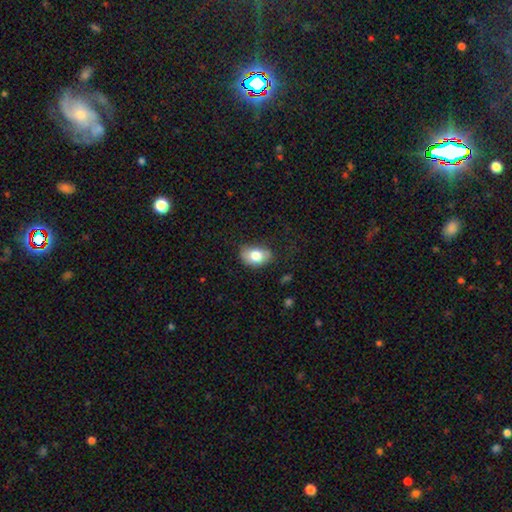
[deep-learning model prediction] Smooth or featured: smooth — 79% (featured or disk — 13%)
How rounded: in between — 84% (round — 15%)
Merging: none — 64% (minor disturbance — 27%)